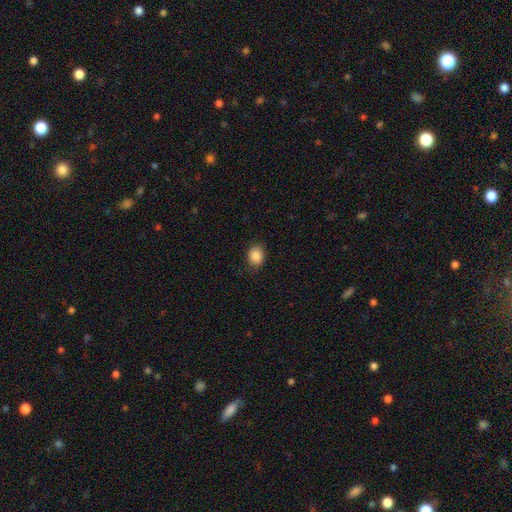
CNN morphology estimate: A smooth galaxy with no disk features (87%) that is round (54%). Merging: none (85%).